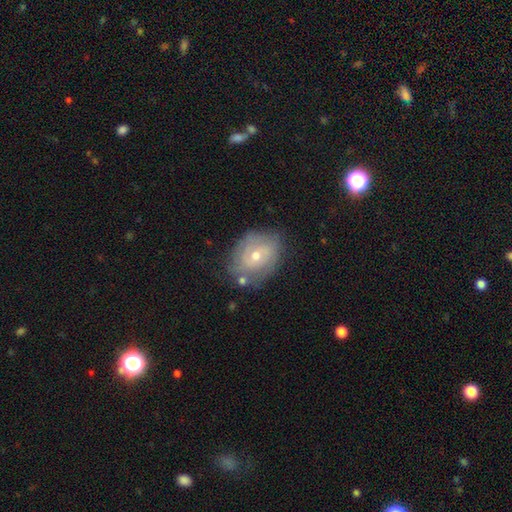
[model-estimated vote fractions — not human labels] A featured or disk galaxy (60%) with no bar (67%), spiral arms (71%) and a small central bulge (49%).

Vote fractions:
- Smooth or featured? featured or disk: 60% / smooth: 31% / star or artifact: 9%
- Edge-on disk? no: 95% / yes: 5%
- Bar? no: 67% / weak: 28% / strong: 5%
- Spiral arms? yes: 71% / no: 29%
- Bulge size? small: 49% / moderate: 48% / large: 1% / none: 1% / dominant: 1%
- Merging? none: 69% / minor disturbance: 21% / major disturbance: 6% / merger: 4%